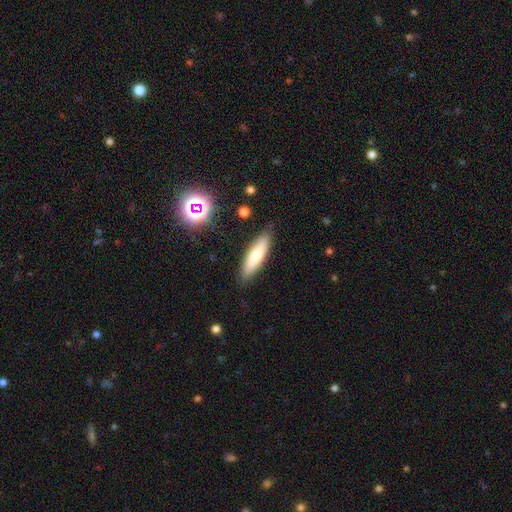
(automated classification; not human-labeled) smooth_or_featured: smooth (p=0.71) [alt: featured or disk p=0.22]
how_rounded: cigar-shaped (p=0.68) [alt: in between p=0.31]
merging: none (p=0.86) [alt: minor disturbance p=0.11]